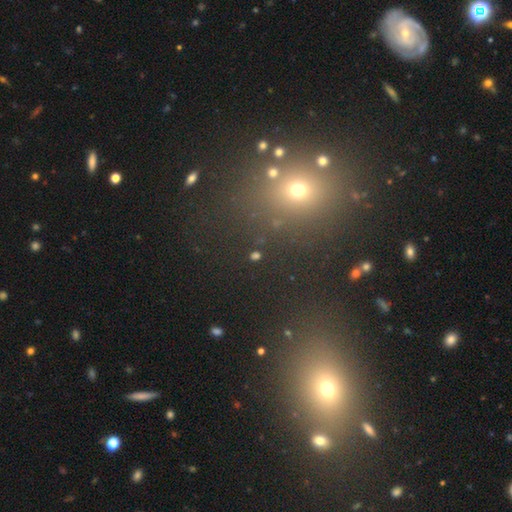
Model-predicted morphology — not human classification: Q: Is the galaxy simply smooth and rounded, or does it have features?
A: smooth — 47%.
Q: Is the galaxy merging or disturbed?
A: none — 81%.